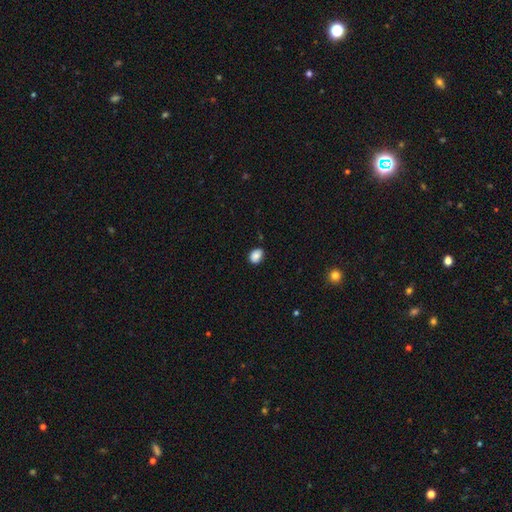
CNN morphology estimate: Q: Smooth or featured?
A: smooth (87%); runner-up: star or artifact (9%)
Q: How rounded?
A: in between (65%); runner-up: round (34%)
Q: Merging?
A: none (81%); runner-up: minor disturbance (15%)